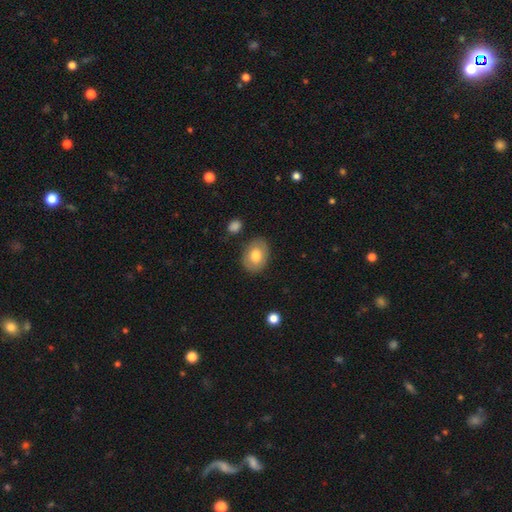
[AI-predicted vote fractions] smooth-or-featured: smooth: 73% | featured or disk: 21% | star or artifact: 7%
  how-rounded: in between: 71% | round: 28% | cigar-shaped: 1%
  merging: none: 83% | minor disturbance: 12% | major disturbance: 3% | merger: 2%